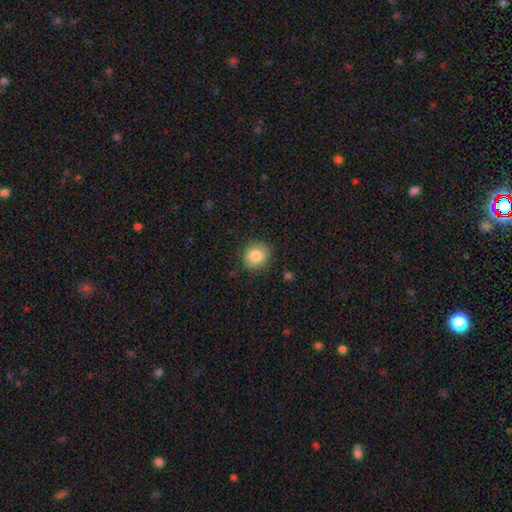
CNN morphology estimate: A smooth galaxy with no disk features (84%) that is round (81%). Merging: none (86%).